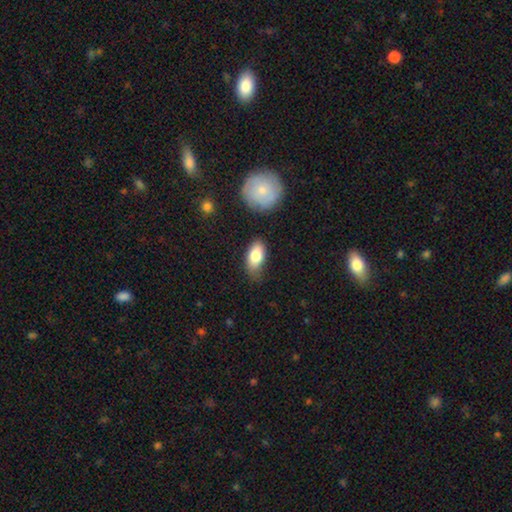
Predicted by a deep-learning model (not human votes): This is likely a smooth galaxy (79%). How rounded: clearly in between (90%). Merging: likely none (67%).